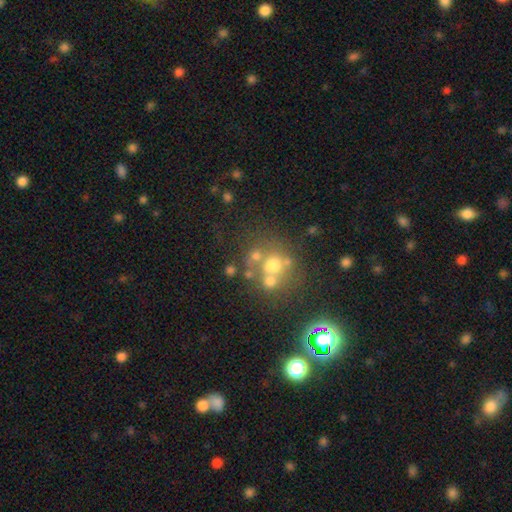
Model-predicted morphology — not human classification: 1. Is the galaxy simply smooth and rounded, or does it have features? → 55% smooth, 23% featured or disk, 22% star or artifact.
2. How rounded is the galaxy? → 76% round, 23% in between, 1% cigar-shaped.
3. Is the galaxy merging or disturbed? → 48% none, 33% merger, 11% minor disturbance, 8% major disturbance.